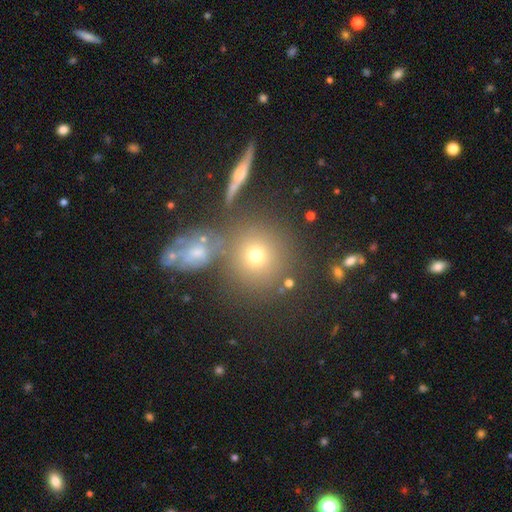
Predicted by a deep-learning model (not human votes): Overall: smooth (63%). How rounded: round (87%). Merging: none (69%).